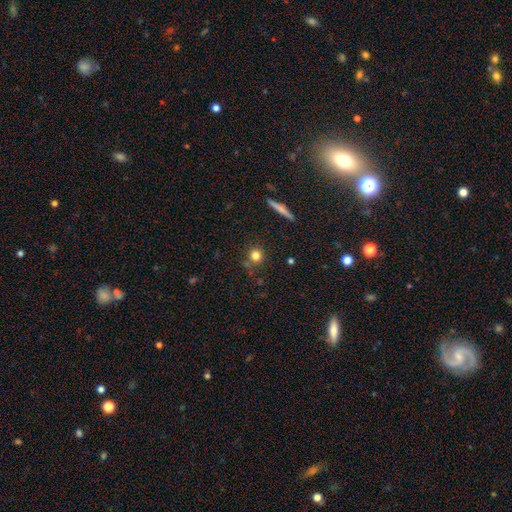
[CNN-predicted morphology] A smooth galaxy with no disk features (78%) that is round (89%). Merging: none (78%).